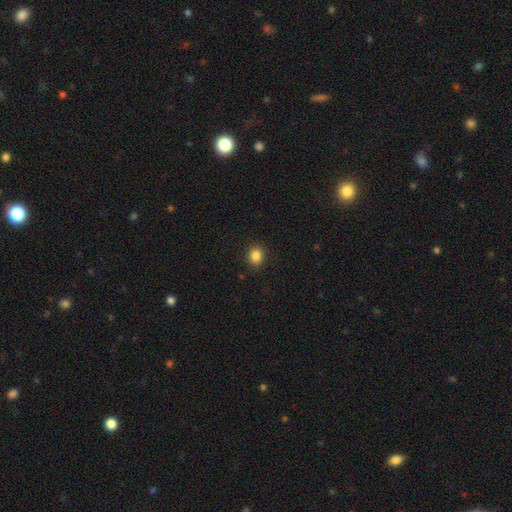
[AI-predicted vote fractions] Smooth or featured? Predicted: smooth (p=0.86). How rounded? Predicted: round (p=0.72). Merging? Predicted: none (p=0.90).